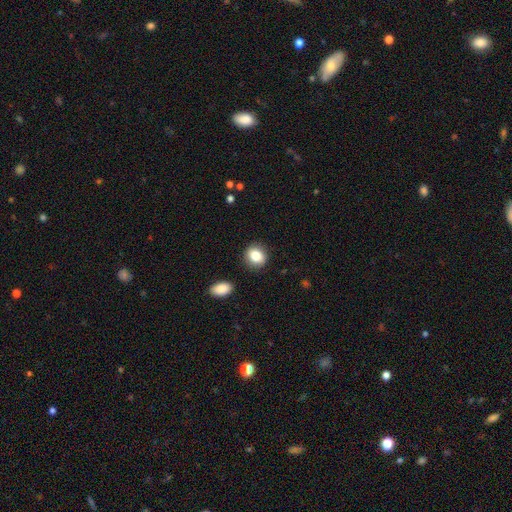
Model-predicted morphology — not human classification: type=smooth (82%); roundness=round (72%); merging=none (87%).